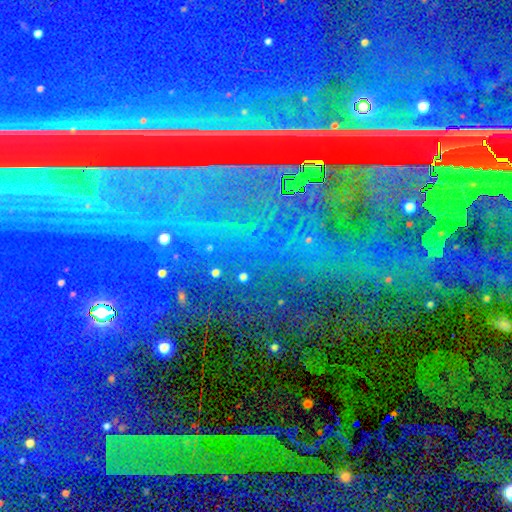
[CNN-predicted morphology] Smooth or featured? Predicted: star or artifact (p=0.83).